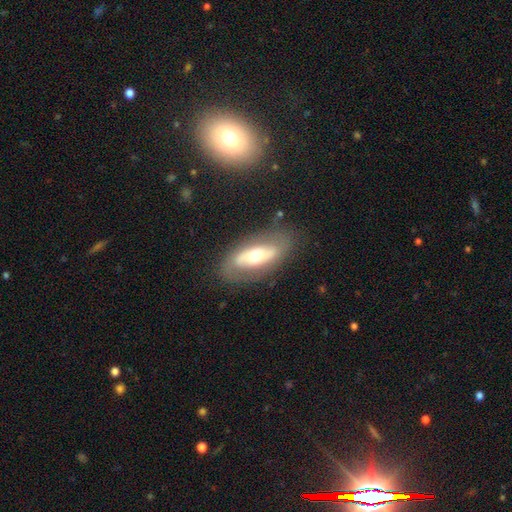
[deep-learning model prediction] A featured or disk galaxy (60%) with no bar (53%), no spiral arms (53%) and a moderate central bulge (65%). Merging: none (75%).